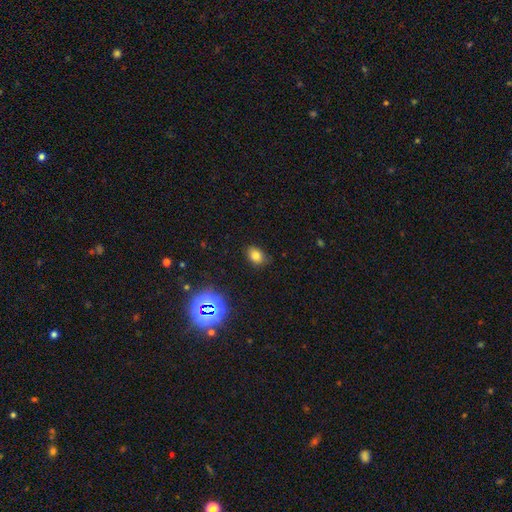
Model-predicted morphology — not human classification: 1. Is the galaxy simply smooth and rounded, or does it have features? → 75% smooth, 17% star or artifact, 7% featured or disk.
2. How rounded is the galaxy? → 73% in between, 26% round, 1% cigar-shaped.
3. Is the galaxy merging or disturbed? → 83% none, 13% minor disturbance, 3% major disturbance, 1% merger.